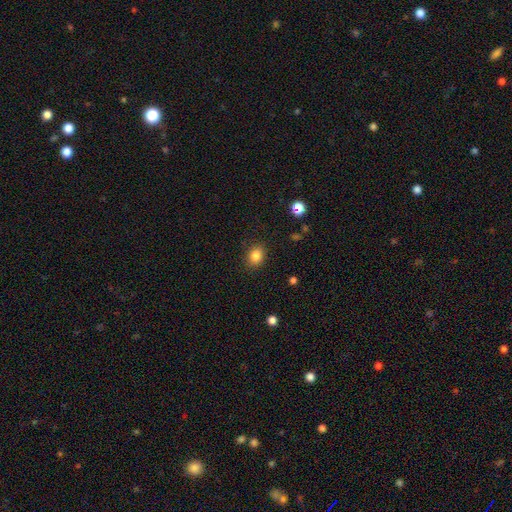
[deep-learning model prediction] A smooth galaxy with no disk features (84%) that is in between round and cigar-shaped (51%). Merging: none (88%).